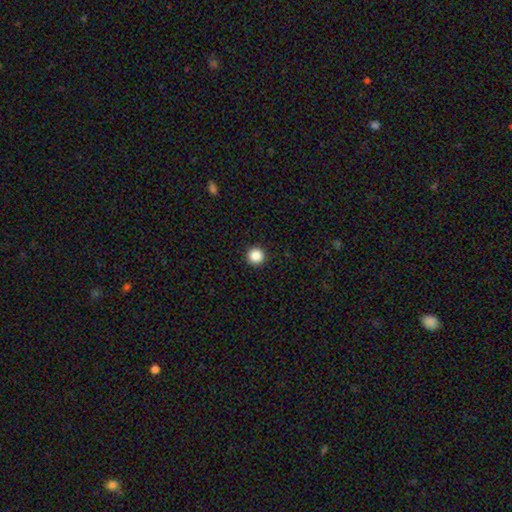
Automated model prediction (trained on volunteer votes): Morphology: type=smooth (87%); roundness=round (97%); merging=none (94%).